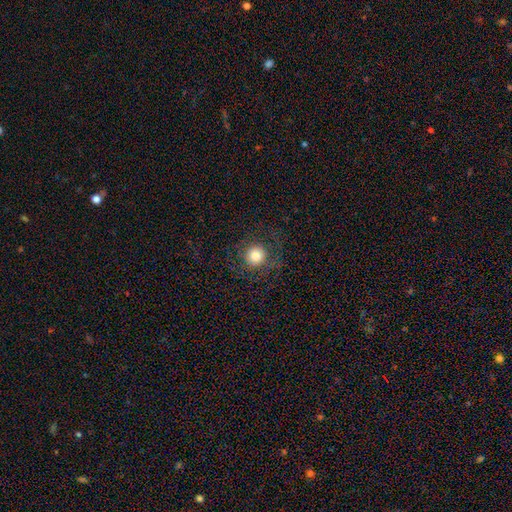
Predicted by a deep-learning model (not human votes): smooth_or_featured: smooth (p=0.74) [alt: featured or disk p=0.14]
how_rounded: round (p=0.93) [alt: in between p=0.06]
merging: none (p=0.79) [alt: minor disturbance p=0.11]